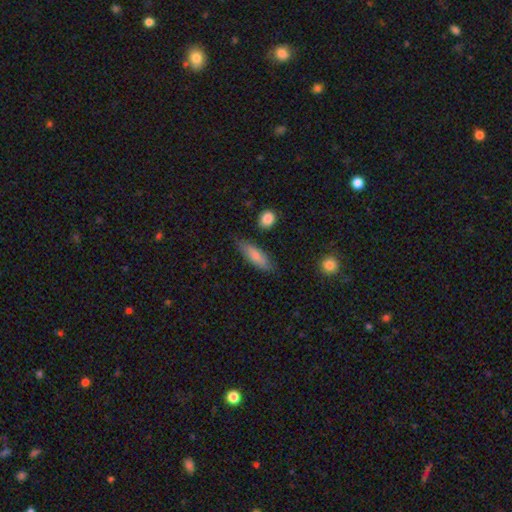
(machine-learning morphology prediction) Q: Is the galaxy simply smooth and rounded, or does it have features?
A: smooth — 79%.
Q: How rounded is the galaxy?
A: in between — 54%.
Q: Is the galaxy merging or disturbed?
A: none — 78%.